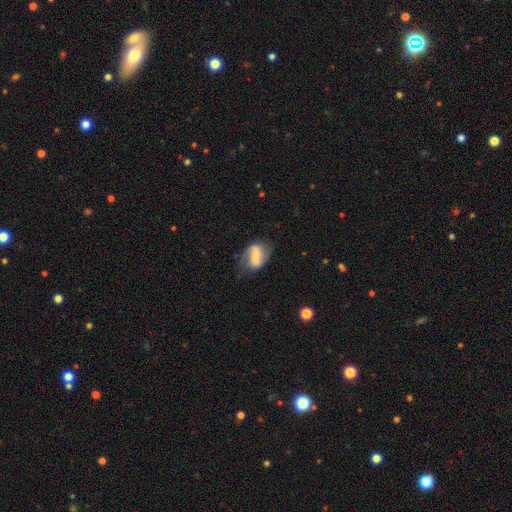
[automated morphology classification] This is likely a featured or disk galaxy (75%). It is clearly not viewed edge-on (97%). Bar: marginally weak (41%). Spiral arm pattern: clearly yes (93%). Spiral arm count: clearly 2 (89%). Spiral winding: possibly loose (50%). Central bulge: possibly small (46%). Merging: likely none (71%).